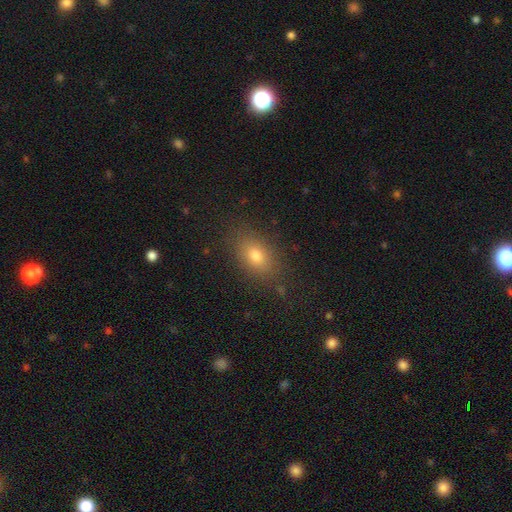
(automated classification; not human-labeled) Smooth or featured?
  - smooth: 76% *
  - star or artifact: 13%
  - featured or disk: 12%
How rounded?
  - in between: 80% *
  - round: 16%
  - cigar-shaped: 3%
Merging?
  - none: 83% *
  - minor disturbance: 12%
  - major disturbance: 4%
  - merger: 2%